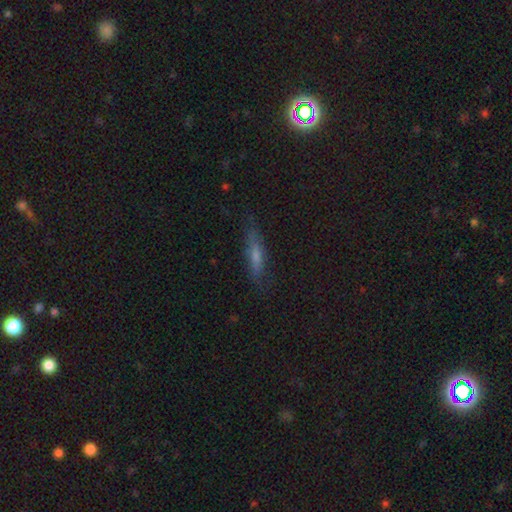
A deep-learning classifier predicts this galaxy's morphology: Q: Smooth or featured?
A: smooth (49%); runner-up: featured or disk (37%)
Q: Merging?
A: none (78%); runner-up: minor disturbance (17%)